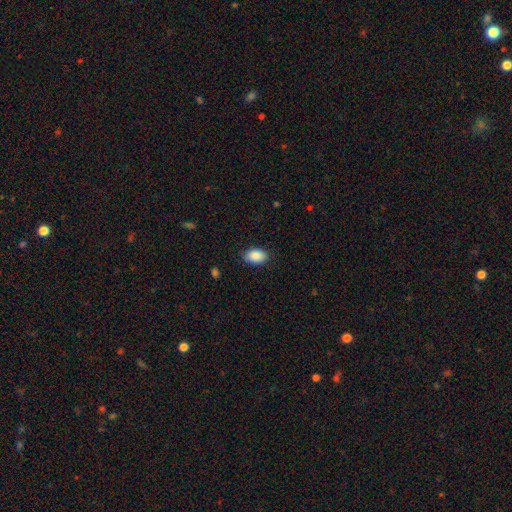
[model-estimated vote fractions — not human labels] Smooth or featured?
  - smooth: 89% *
  - star or artifact: 7%
  - featured or disk: 4%
How rounded?
  - in between: 90% *
  - round: 9%
  - cigar-shaped: 1%
Merging?
  - none: 83% *
  - minor disturbance: 13%
  - major disturbance: 3%
  - merger: 1%